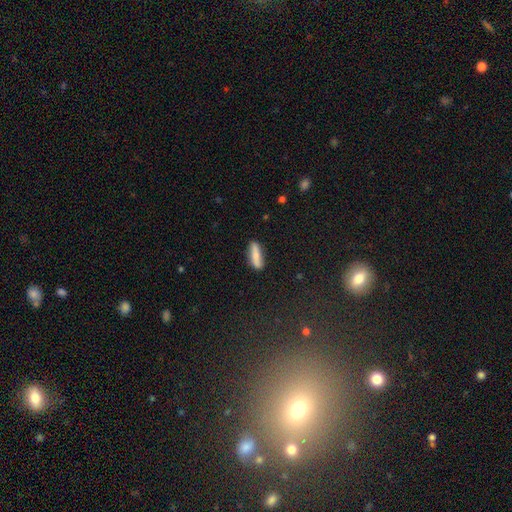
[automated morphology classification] This is likely a smooth galaxy (72%). How rounded: likely cigar-shaped (63%). Merging: clearly none (82%).